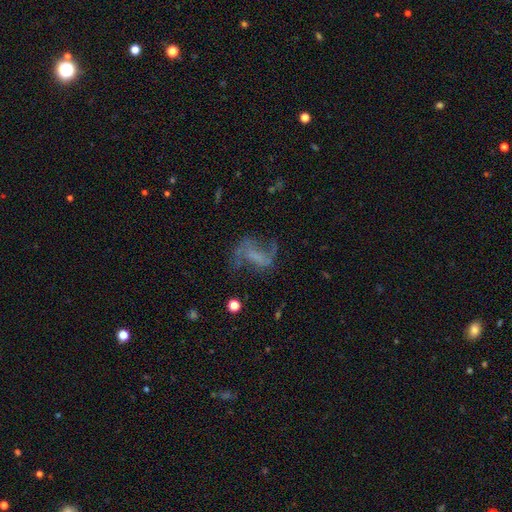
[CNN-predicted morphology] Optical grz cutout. It shows a featured or disk galaxy (67%) with no bar (41%), spiral arms (77%) and no central bulge (68%). Merging: none (46%).